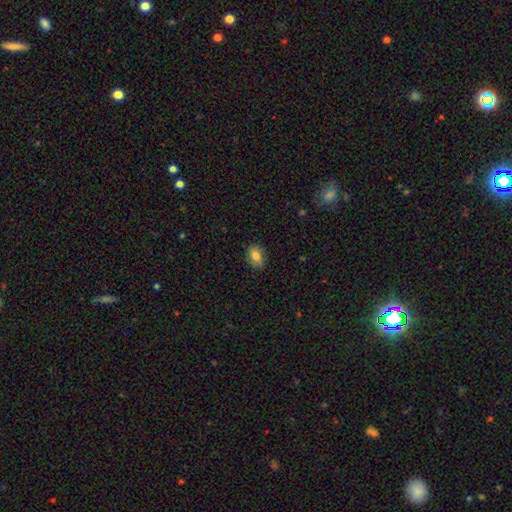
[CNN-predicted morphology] Smooth or featured? smooth (80%)
How rounded? in between (80%)
Merging? none (85%)